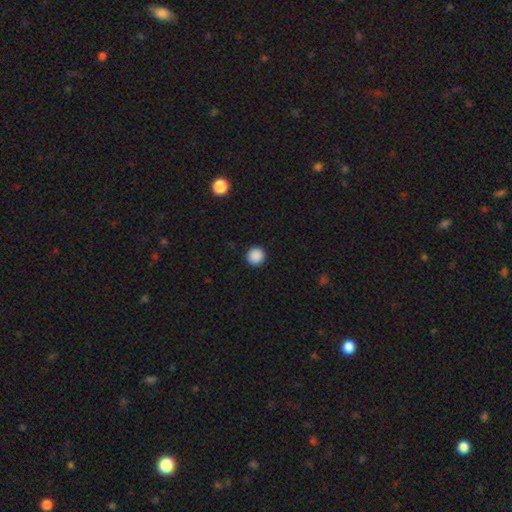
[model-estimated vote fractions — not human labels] smooth_or_featured: smooth (p=0.89) [alt: star or artifact p=0.09]
how_rounded: round (p=0.95) [alt: in between p=0.04]
merging: none (p=0.93) [alt: minor disturbance p=0.05]